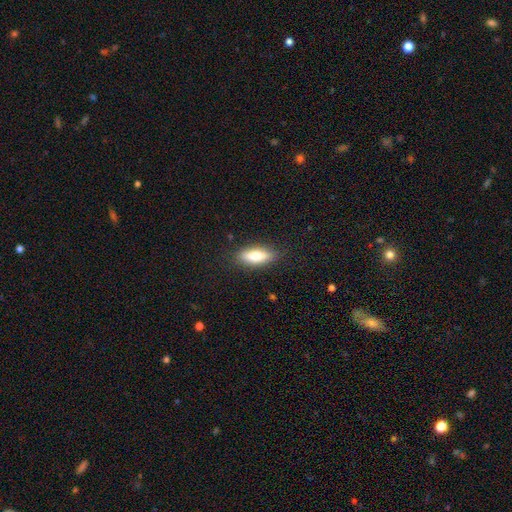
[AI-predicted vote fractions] The model was most divided on "how rounded": in between: 69%, cigar-shaped: 29%, round: 2%. More confident: merging — none (86%); smooth or featured — smooth (76%).